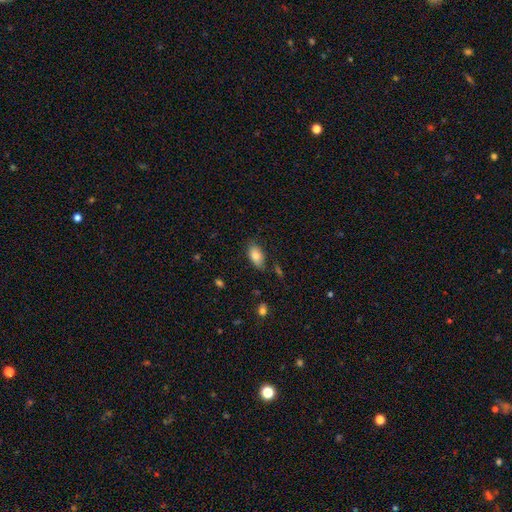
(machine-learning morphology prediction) Smooth or featured? smooth (80%)
How rounded? in between (91%)
Merging? none (74%)